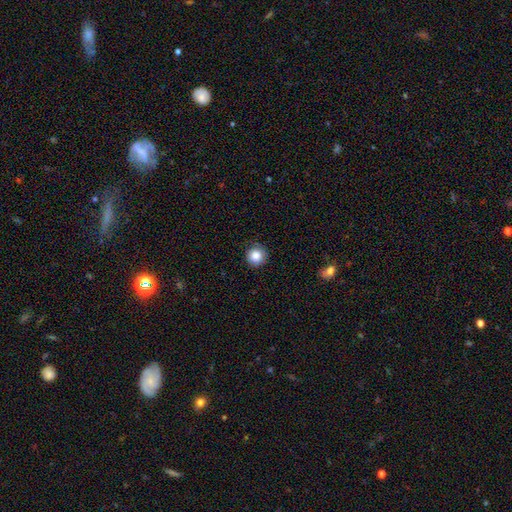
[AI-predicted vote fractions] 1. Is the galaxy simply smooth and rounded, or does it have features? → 85% smooth, 10% star or artifact, 5% featured or disk.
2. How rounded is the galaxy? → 95% round, 4% in between, 1% cigar-shaped.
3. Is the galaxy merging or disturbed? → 88% none, 9% minor disturbance, 2% major disturbance, 1% merger.